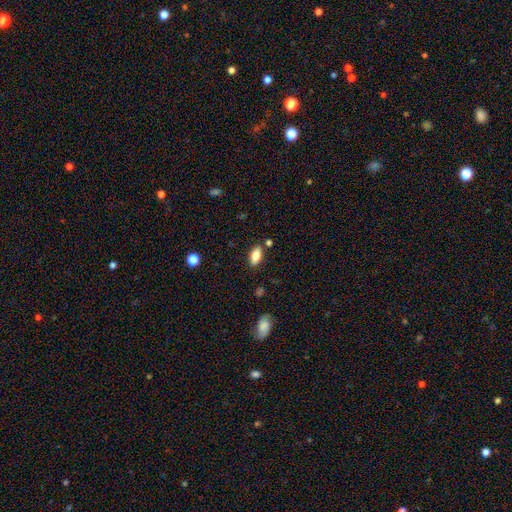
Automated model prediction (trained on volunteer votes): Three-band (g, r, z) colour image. It shows a smooth galaxy with no disk features (77%) that is in between round and cigar-shaped (88%). Merging: none (83%).